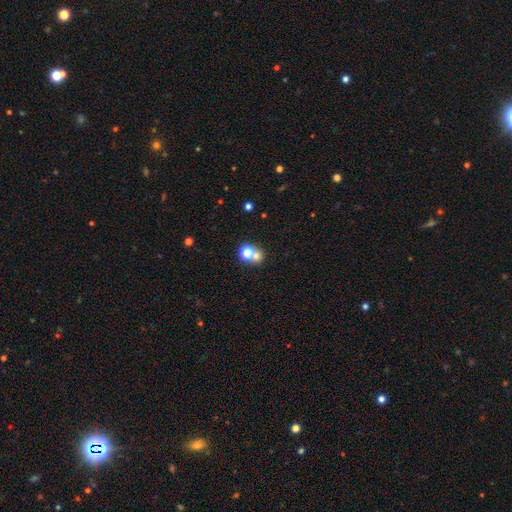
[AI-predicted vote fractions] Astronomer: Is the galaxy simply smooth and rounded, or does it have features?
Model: smooth — 66%.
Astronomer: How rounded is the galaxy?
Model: round — 78%.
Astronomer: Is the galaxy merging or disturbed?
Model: none — 46% (runner-up: merger, 44%).